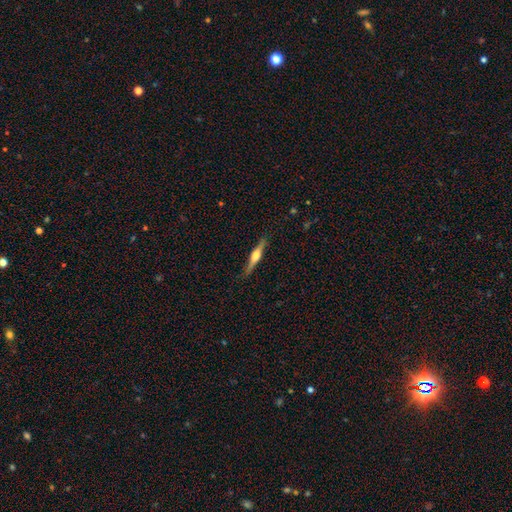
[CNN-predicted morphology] The model was most divided on "smooth or featured": featured or disk: 69%, smooth: 26%, star or artifact: 5%. More confident: edge-on disk — yes (97%); edge-on bulge — rounded (93%); merging — none (86%).